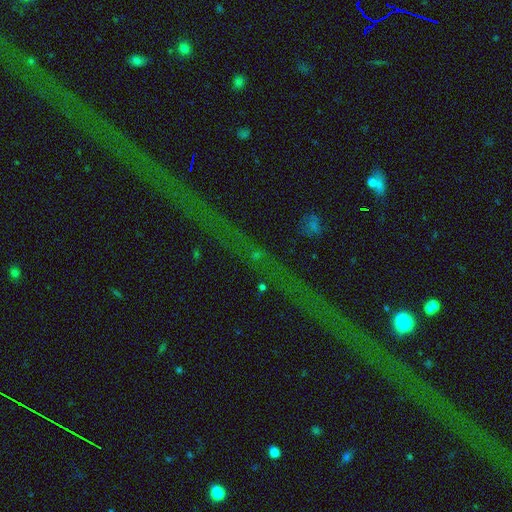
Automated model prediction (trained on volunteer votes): This appears to be a star or artifact, not a galaxy (78%).